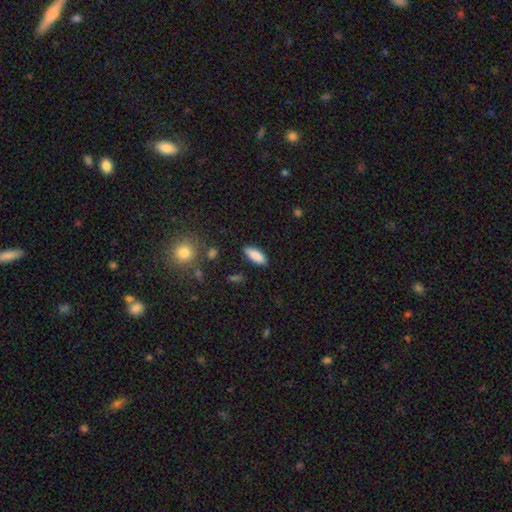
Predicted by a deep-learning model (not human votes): Overall: smooth (86%). How rounded: in between (69%). Merging: none (86%).